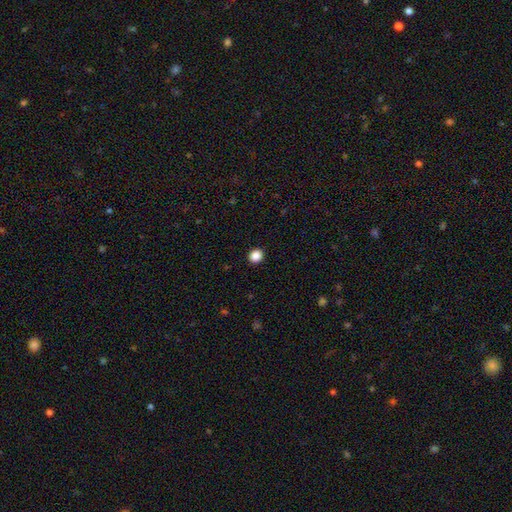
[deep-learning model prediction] A smooth galaxy with no disk features (87%) that is round (77%). Merging: none (92%).